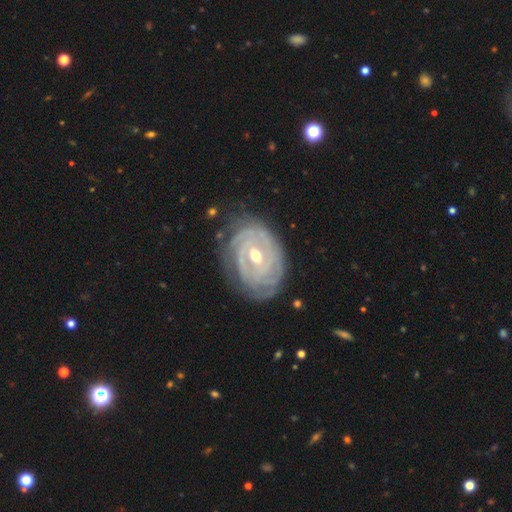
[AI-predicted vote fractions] Smooth or featured?
  - featured or disk: 89% *
  - smooth: 6%
  - star or artifact: 5%
Edge-on disk?
  - no: 96% *
  - yes: 4%
Bar?
  - weak: 42% *
  - no: 37%
  - strong: 21%
Spiral arms?
  - yes: 95% *
  - no: 5%
Spiral winding?
  - tight: 84% *
  - medium: 13%
  - loose: 3%
Spiral arm count?
  - can't tell: 34% *
  - 2: 20%
  - 3: 20%
  - 4: 13%
  - more than 4: 8%
  - 1: 6%
Bulge size?
  - moderate: 63% *
  - small: 34%
  - large: 2%
  - none: 1%
  - dominant: 1%
Merging?
  - none: 75% *
  - minor disturbance: 18%
  - major disturbance: 5%
  - merger: 1%